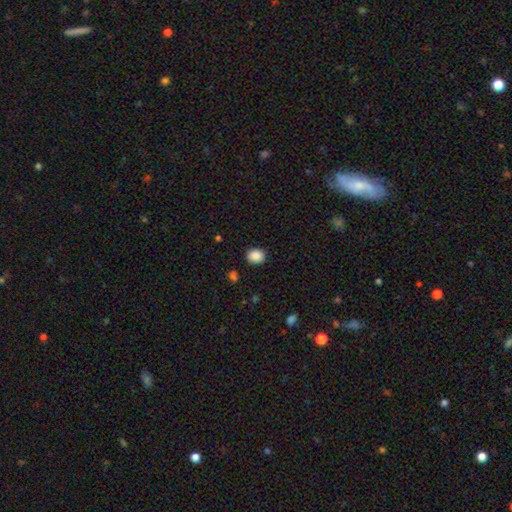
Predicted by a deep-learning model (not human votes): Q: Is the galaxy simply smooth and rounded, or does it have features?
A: smooth — 88%.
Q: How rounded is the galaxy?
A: round — 58%.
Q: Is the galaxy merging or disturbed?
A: none — 86%.